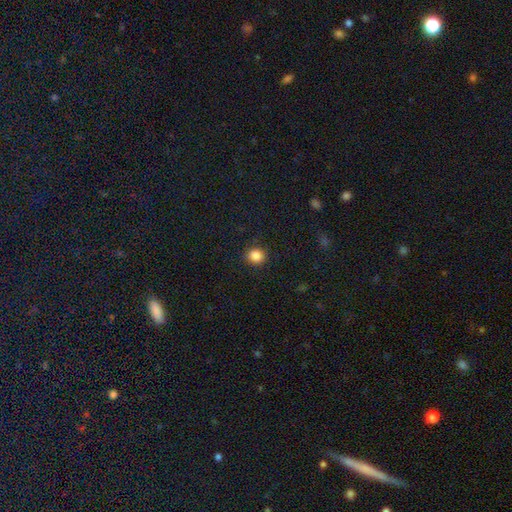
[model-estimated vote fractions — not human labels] The model was most divided on "how rounded": round: 82%, in between: 17%, cigar-shaped: 1%. More confident: merging — none (90%); smooth or featured — smooth (86%).